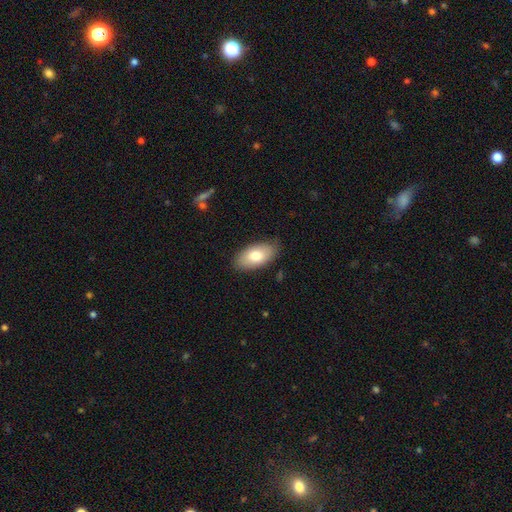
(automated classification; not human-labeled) Q: Smooth or featured?
A: smooth (78%); runner-up: featured or disk (16%)
Q: How rounded?
A: in between (94%); runner-up: round (3%)
Q: Merging?
A: none (83%); runner-up: minor disturbance (13%)